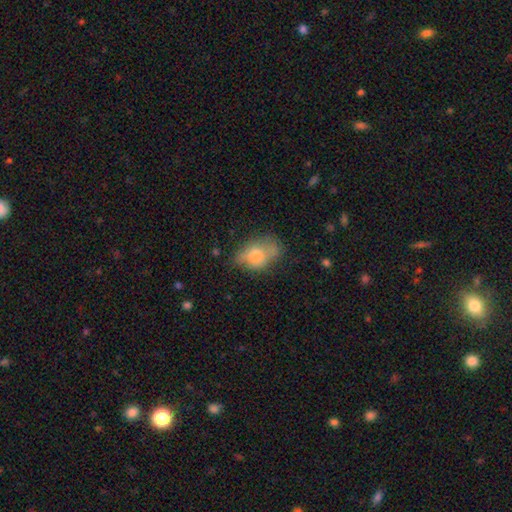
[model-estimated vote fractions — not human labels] A smooth galaxy with no disk features (66%) that is in between round and cigar-shaped (80%).

Vote fractions:
- Smooth or featured? smooth: 66% / featured or disk: 25% / star or artifact: 9%
- How rounded? in between: 80% / round: 18% / cigar-shaped: 2%
- Merging? none: 50% / minor disturbance: 33% / major disturbance: 12% / merger: 5%